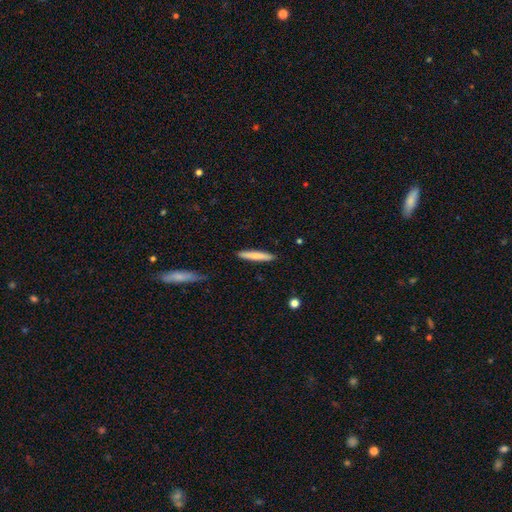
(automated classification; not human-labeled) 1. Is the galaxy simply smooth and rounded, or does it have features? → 75% smooth, 19% featured or disk, 5% star or artifact.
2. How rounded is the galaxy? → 94% cigar-shaped, 5% in between, 1% round.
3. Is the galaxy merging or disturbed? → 90% none, 7% minor disturbance, 2% major disturbance, 1% merger.